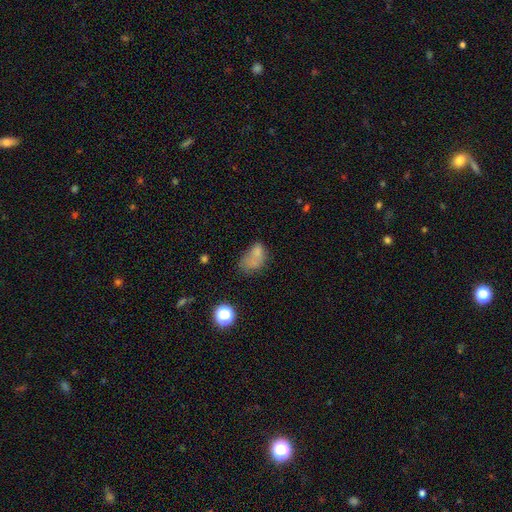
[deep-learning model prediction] Smooth or featured? Predicted: smooth (p=0.64). How rounded? Predicted: in between (p=0.83). Merging? Predicted: none (p=0.30).